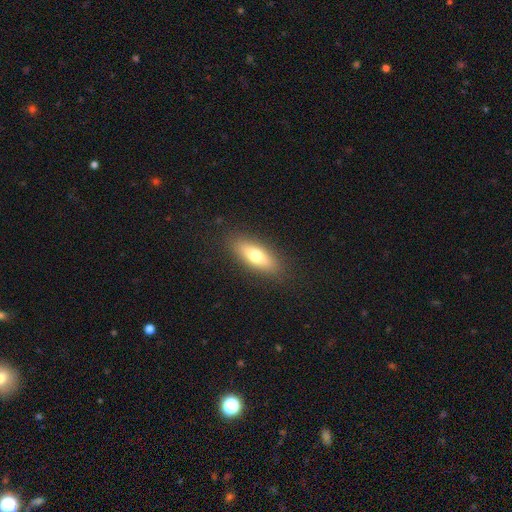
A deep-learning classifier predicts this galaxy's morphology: smooth 71%, featured or disk 22%, star or artifact 7%. Down the decision tree: how rounded — in between (63%); merging — none (88%).